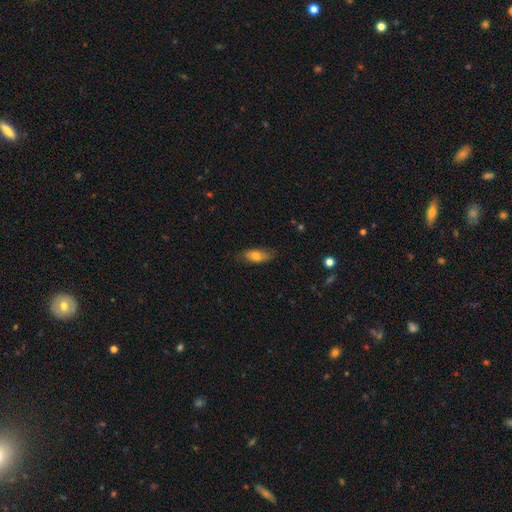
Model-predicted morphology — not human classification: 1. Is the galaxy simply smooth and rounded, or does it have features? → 71% smooth, 22% featured or disk, 7% star or artifact.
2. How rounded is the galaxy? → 80% in between, 17% cigar-shaped, 4% round.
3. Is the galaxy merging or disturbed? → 77% none, 18% minor disturbance, 4% major disturbance, 1% merger.